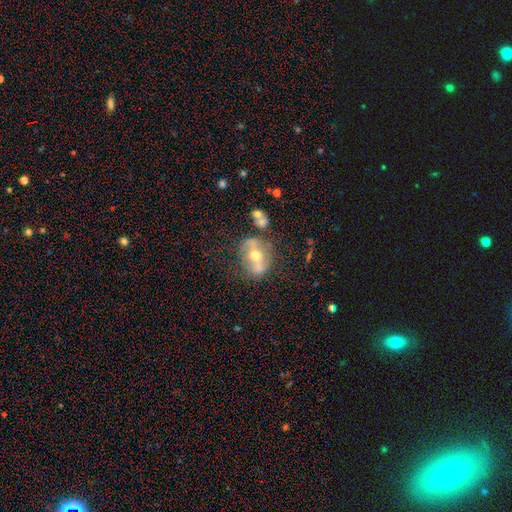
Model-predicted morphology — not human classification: This is likely a featured or disk galaxy (67%). It is clearly not viewed edge-on (87%). Bar: possibly strong (50%). Spiral arm pattern: likely no (60%). Central bulge: likely moderate (73%). Merging: likely none (61%).